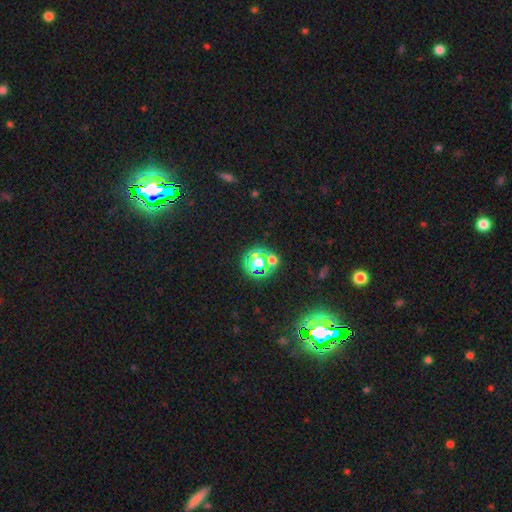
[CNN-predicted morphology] Overall: star or artifact (63%; smooth 28%).